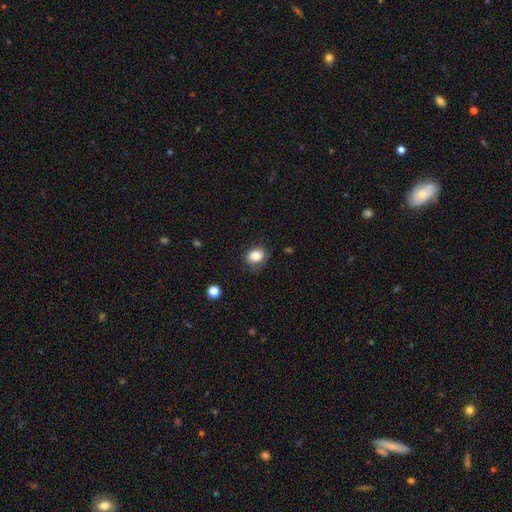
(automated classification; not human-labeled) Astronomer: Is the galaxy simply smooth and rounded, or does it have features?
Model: smooth — 84%.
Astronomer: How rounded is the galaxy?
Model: in between — 51% (runner-up: round, 48%).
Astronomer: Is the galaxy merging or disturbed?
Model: none — 69%.